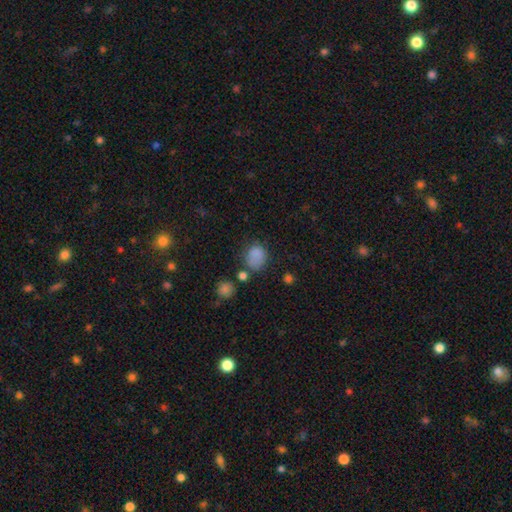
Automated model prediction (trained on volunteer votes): Q: Smooth or featured?
A: smooth (81%); runner-up: star or artifact (13%)
Q: How rounded?
A: round (62%); runner-up: in between (37%)
Q: Merging?
A: none (59%); runner-up: minor disturbance (23%)